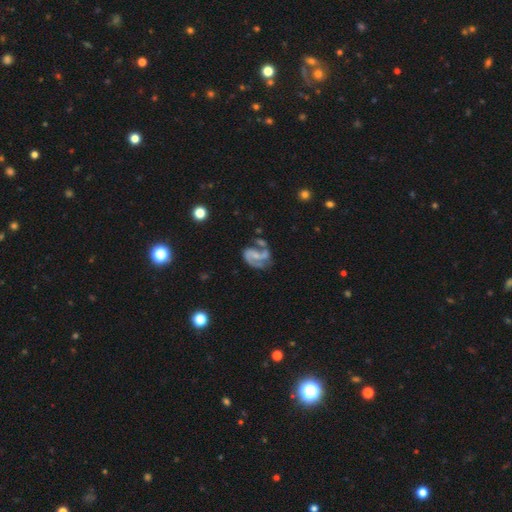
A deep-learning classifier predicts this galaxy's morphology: Smooth or featured: featured or disk — 80% (smooth — 12%)
Edge-on disk: no — 98% (yes — 2%)
Bar: no — 45% (weak — 39%)
Spiral arms: yes — 91% (no — 9%)
Spiral winding: medium — 50% (loose — 30%)
Spiral arm count: 2 — 79% (1 — 10%)
Bulge size: small — 48% (none — 27%)
Merging: none — 36% (major disturbance — 22%)